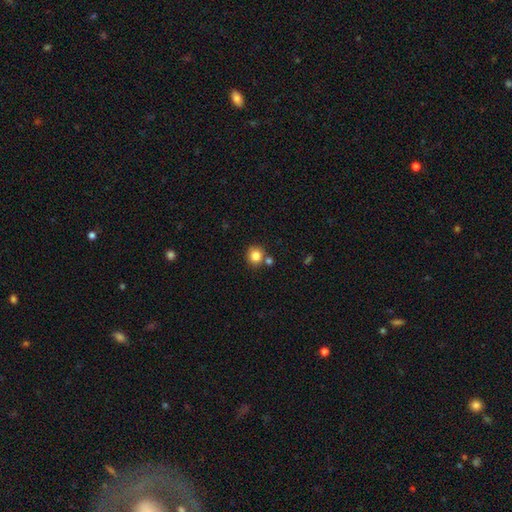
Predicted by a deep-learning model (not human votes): Q: Smooth or featured?
A: smooth (83%); runner-up: star or artifact (10%)
Q: How rounded?
A: round (88%); runner-up: in between (11%)
Q: Merging?
A: none (71%); runner-up: merger (17%)